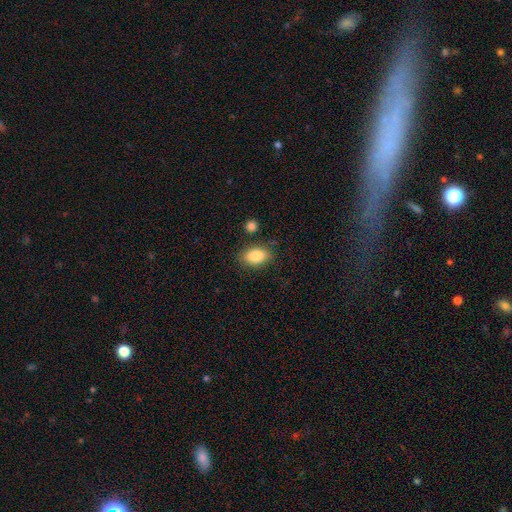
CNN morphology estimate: smooth 85%, star or artifact 7%, featured or disk 7%. Down the decision tree: how rounded — in between (88%); merging — none (79%).